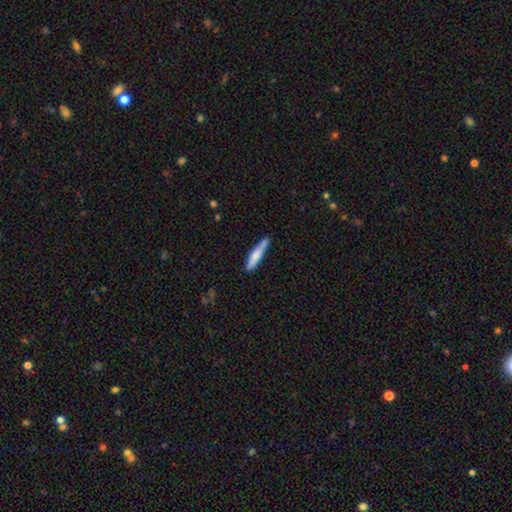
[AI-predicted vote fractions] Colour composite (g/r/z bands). It shows a smooth galaxy with no disk features (68%) that is cigar-shaped (90%). Merging: none (74%).